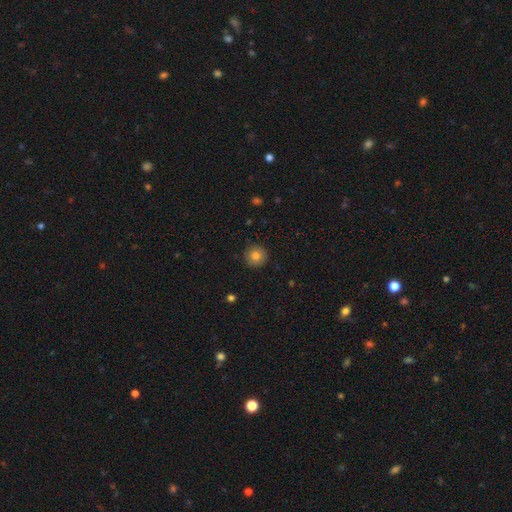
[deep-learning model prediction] smooth-or-featured: smooth: 81% | star or artifact: 10% | featured or disk: 9%
  how-rounded: round: 95% | in between: 4% | cigar-shaped: 1%
  merging: none: 91% | minor disturbance: 7% | major disturbance: 2% | merger: 1%